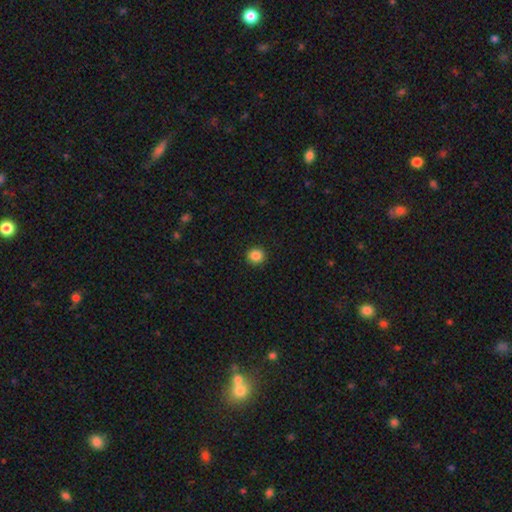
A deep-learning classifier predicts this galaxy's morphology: A smooth galaxy with no disk features (86%) that is round (92%).

Vote fractions:
- Smooth or featured? smooth: 86% / star or artifact: 10% / featured or disk: 4%
- How rounded? round: 92% / in between: 7% / cigar-shaped: 1%
- Merging? none: 93% / minor disturbance: 5% / major disturbance: 2% / merger: 1%